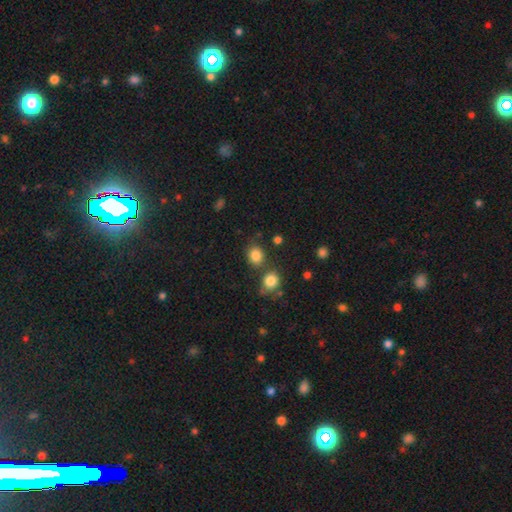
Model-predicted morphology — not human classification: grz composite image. It shows a smooth galaxy with no disk features (83%) that is round (65%). Merging: none (68%).